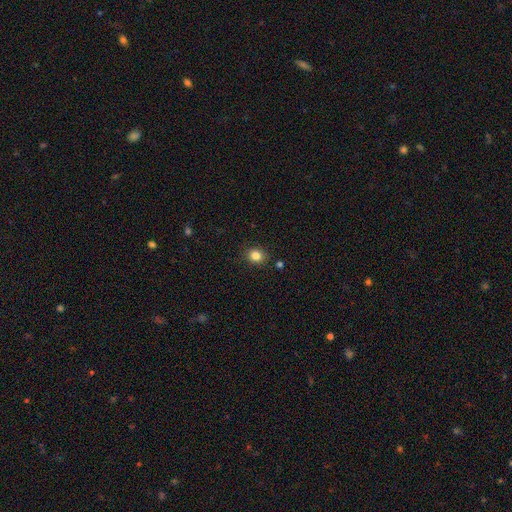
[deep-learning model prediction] smooth 83%, star or artifact 12%, featured or disk 5%. Down the decision tree: how rounded — round (77%); merging — none (87%).